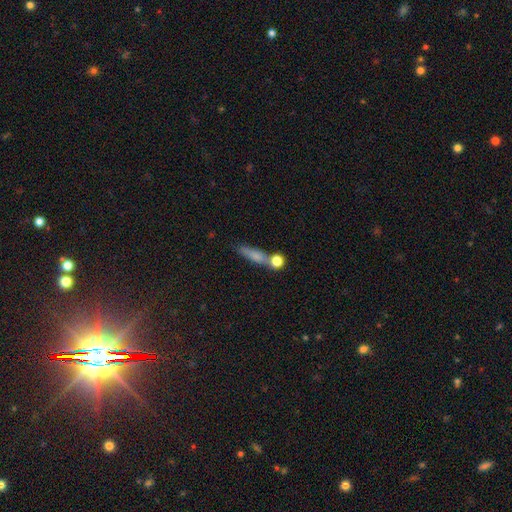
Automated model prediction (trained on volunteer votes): This appears to be a smooth galaxy with no disk features (72%) that is cigar-shaped (68%). Merging: none (59%).